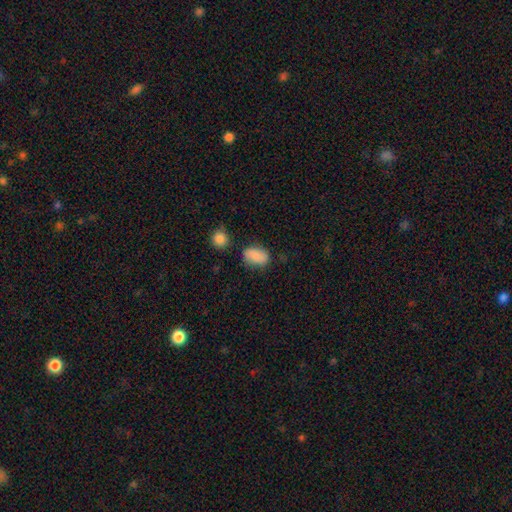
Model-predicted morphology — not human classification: Smooth or featured: smooth — 86% (star or artifact — 8%)
How rounded: in between — 87% (round — 11%)
Merging: none — 74% (minor disturbance — 18%)